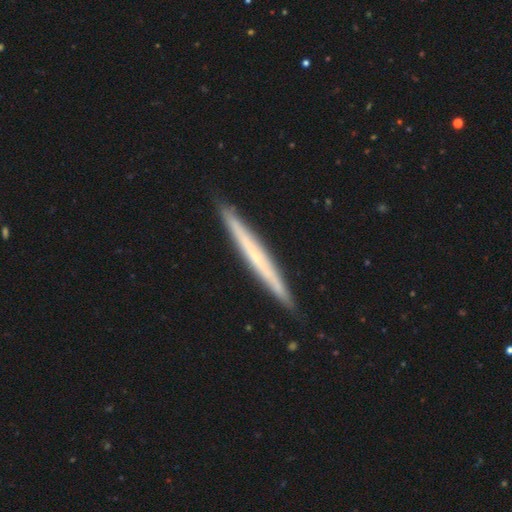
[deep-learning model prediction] Smooth or featured? featured or disk (59%)
Edge-on disk? yes (96%)
Edge-on bulge? none (84%)
Merging? none (91%)